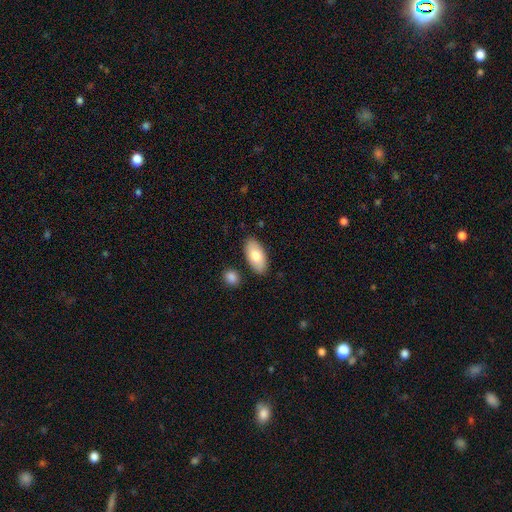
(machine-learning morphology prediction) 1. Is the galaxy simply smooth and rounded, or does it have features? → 78% smooth, 16% featured or disk, 6% star or artifact.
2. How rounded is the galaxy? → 93% in between, 4% cigar-shaped, 2% round.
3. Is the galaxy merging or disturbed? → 84% none, 10% minor disturbance, 4% merger, 2% major disturbance.